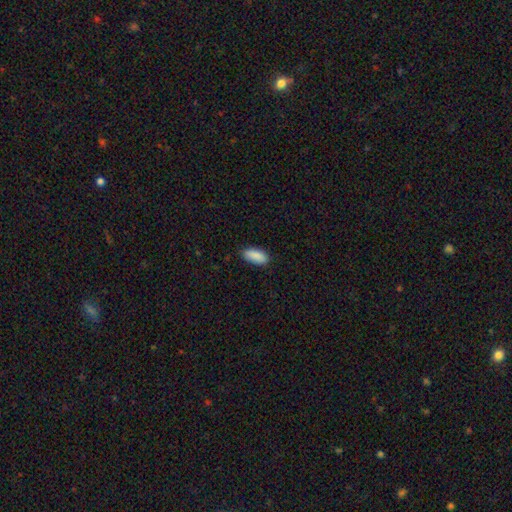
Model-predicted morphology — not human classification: Smooth or featured? Predicted: smooth (p=0.90). How rounded? Predicted: in between (p=0.86). Merging? Predicted: none (p=0.85).